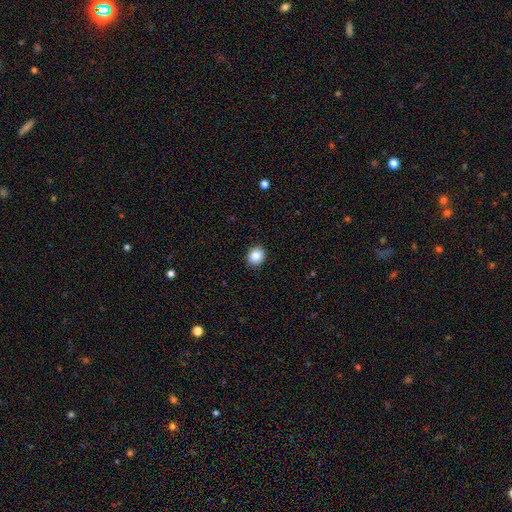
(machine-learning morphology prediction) A smooth galaxy with no disk features (86%) that is round (75%). Merging: none (91%).